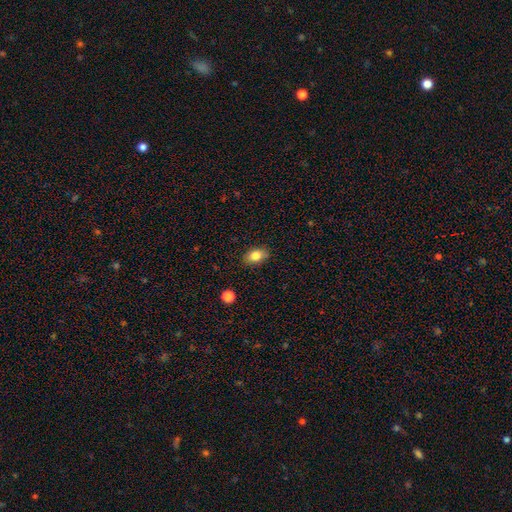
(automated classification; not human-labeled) Smooth or featured? smooth (82%)
How rounded? in between (82%)
Merging? none (85%)